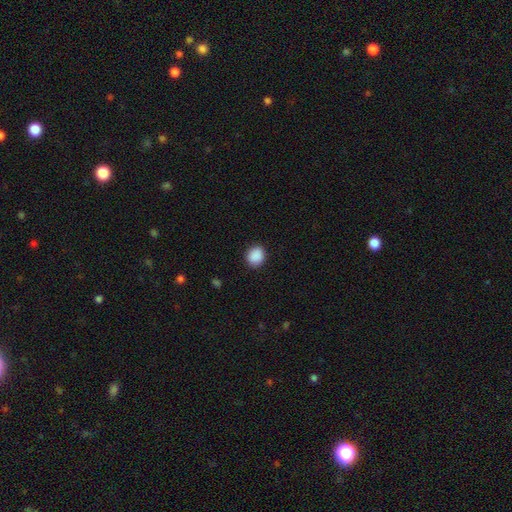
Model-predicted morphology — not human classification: This appears to be a smooth galaxy with no disk features (89%) that is round (69%). Merging: none (88%).